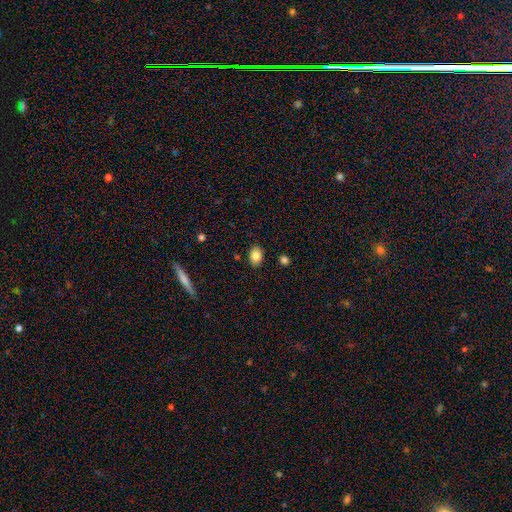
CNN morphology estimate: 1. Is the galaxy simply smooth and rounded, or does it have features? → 84% smooth, 8% star or artifact, 8% featured or disk.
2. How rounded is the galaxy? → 79% in between, 20% round, 1% cigar-shaped.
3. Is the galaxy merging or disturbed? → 87% none, 9% minor disturbance, 2% major disturbance, 2% merger.